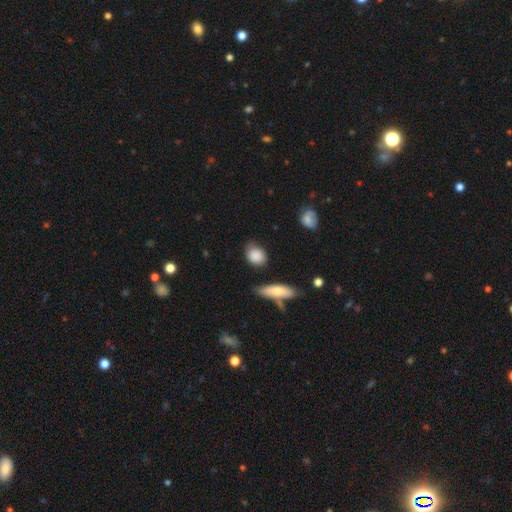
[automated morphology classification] smooth-or-featured: smooth: 84% | featured or disk: 8% | star or artifact: 8%
  how-rounded: round: 54% | in between: 43% | cigar-shaped: 3%
  merging: none: 63% | minor disturbance: 26% | major disturbance: 6% | merger: 4%